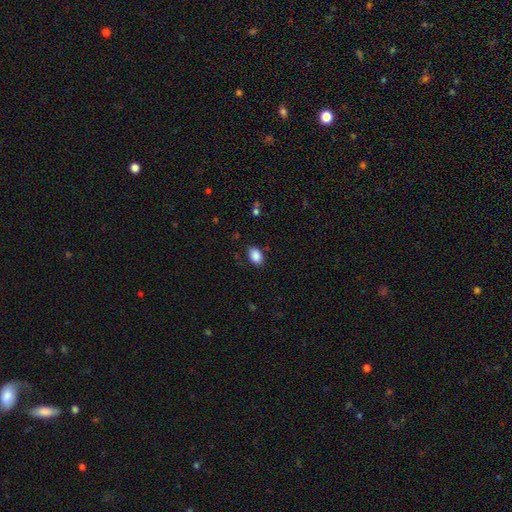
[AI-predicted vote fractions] smooth-or-featured: smooth: 88% | star or artifact: 8% | featured or disk: 4%
  how-rounded: in between: 87% | round: 12% | cigar-shaped: 1%
  merging: none: 85% | minor disturbance: 11% | major disturbance: 3% | merger: 1%